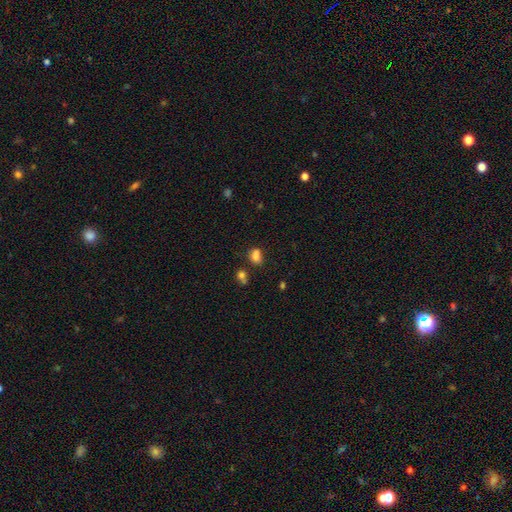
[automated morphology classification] Smooth or featured: smooth — 77% (star or artifact — 15%)
How rounded: in between — 64% (round — 34%)
Merging: none — 53% (merger — 23%)